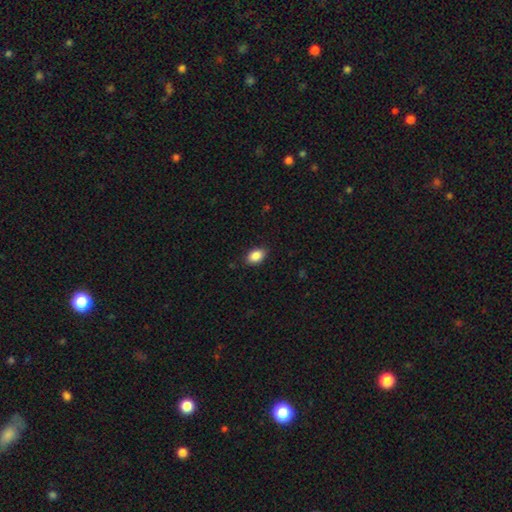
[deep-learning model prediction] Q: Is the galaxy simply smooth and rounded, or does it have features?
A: smooth — 88%.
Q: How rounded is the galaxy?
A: in between — 87%.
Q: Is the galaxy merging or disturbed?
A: none — 85%.